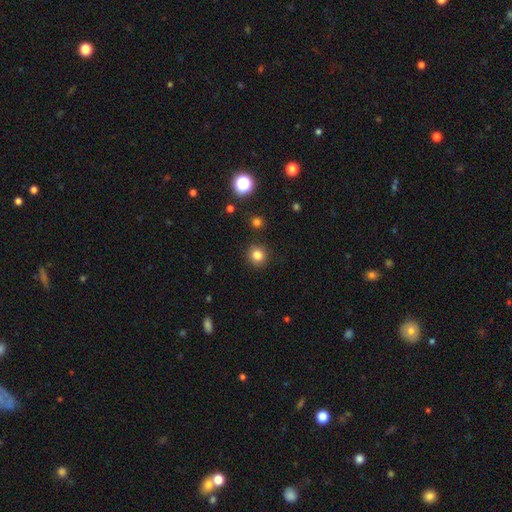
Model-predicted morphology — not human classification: A smooth galaxy with no disk features (81%) that is round (93%).

Vote fractions:
- Smooth or featured? smooth: 81% / star or artifact: 14% / featured or disk: 5%
- How rounded? round: 93% / in between: 6% / cigar-shaped: 1%
- Merging? none: 92% / minor disturbance: 5% / major disturbance: 2% / merger: 2%